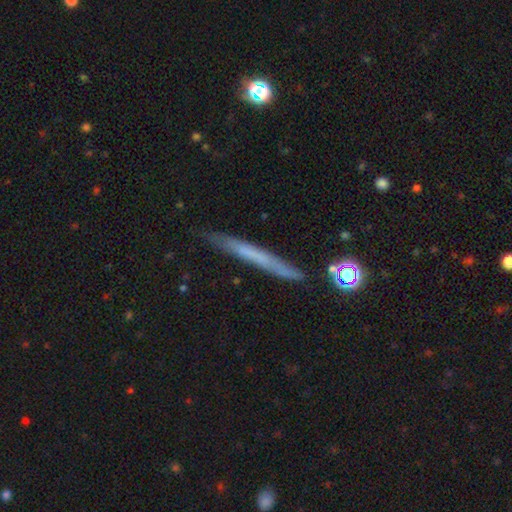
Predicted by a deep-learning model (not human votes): Smooth or featured? smooth (48%)
Merging? none (84%)